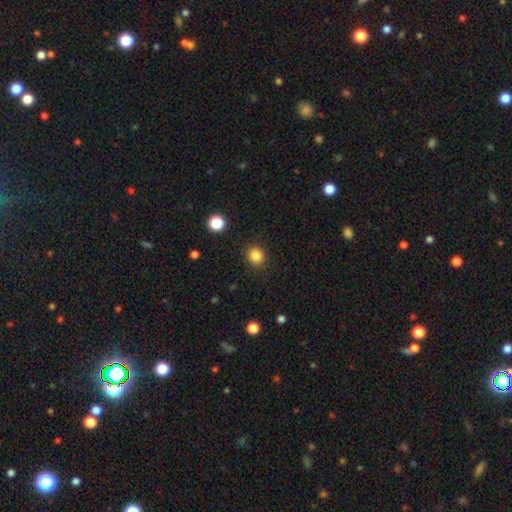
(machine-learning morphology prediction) smooth 84%, star or artifact 12%, featured or disk 4%. Down the decision tree: how rounded — round (88%); merging — none (90%).